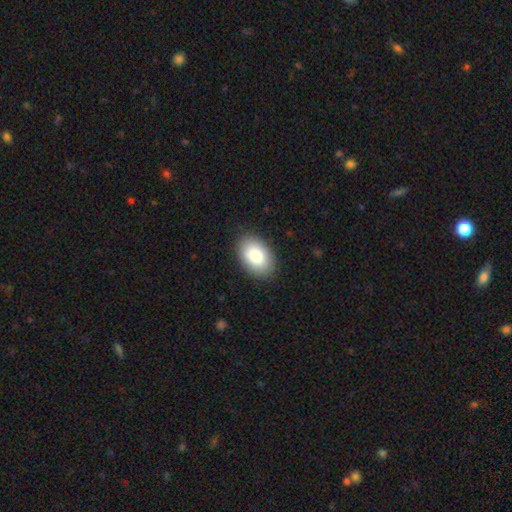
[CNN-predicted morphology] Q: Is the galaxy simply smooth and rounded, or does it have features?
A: smooth — 85%.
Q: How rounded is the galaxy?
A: in between — 90%.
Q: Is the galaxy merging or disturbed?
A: none — 88%.